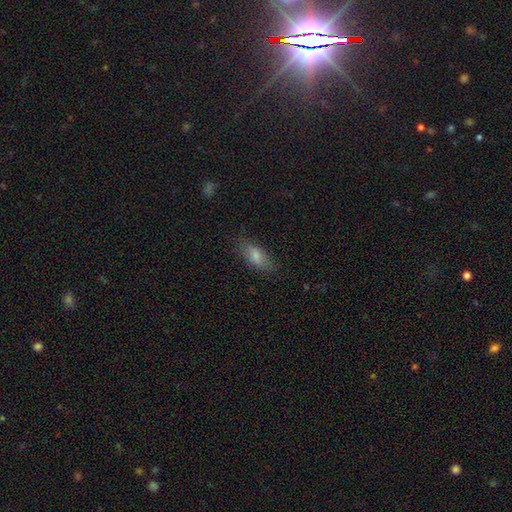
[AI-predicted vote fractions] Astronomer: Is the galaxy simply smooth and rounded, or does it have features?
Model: smooth — 80%.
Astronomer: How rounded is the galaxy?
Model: in between — 76%.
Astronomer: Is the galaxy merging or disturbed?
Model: none — 80%.